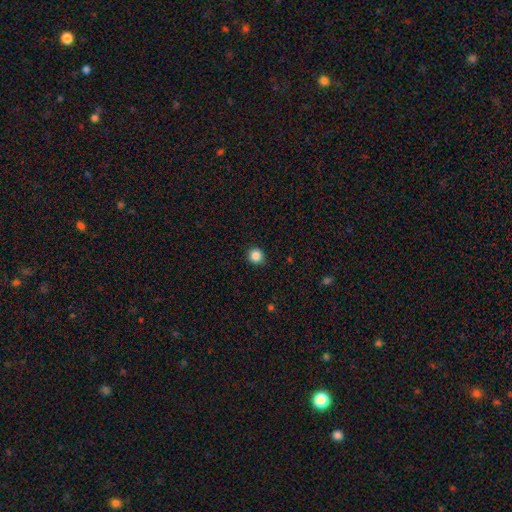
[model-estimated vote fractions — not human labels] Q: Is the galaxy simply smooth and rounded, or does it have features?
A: smooth — 87%.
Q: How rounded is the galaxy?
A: round — 92%.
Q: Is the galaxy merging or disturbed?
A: none — 91%.